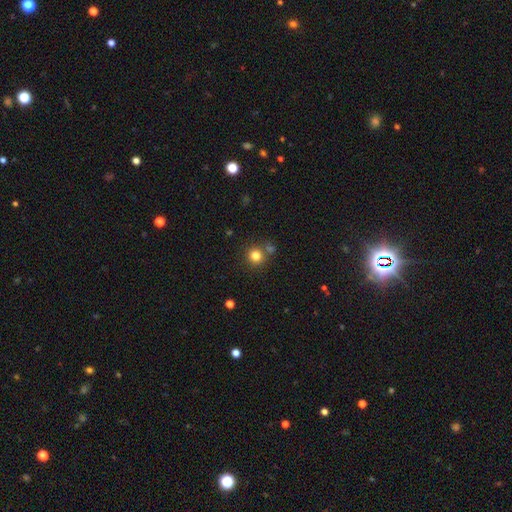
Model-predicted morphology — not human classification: The model was most divided on "merging": none: 75%, merger: 14%, minor disturbance: 8%, major disturbance: 3%. More confident: how rounded — round (92%); smooth or featured — smooth (80%).